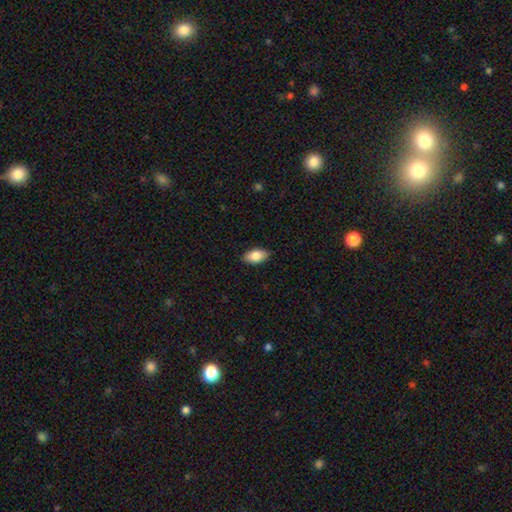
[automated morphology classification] smooth_or_featured: smooth (p=0.84) [alt: featured or disk p=0.10]
how_rounded: in between (p=0.93) [alt: round p=0.04]
merging: none (p=0.88) [alt: minor disturbance p=0.09]